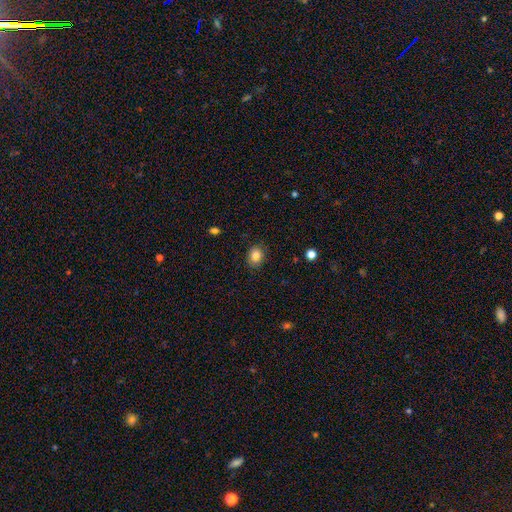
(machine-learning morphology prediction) This is clearly a smooth galaxy (83%). How rounded: possibly round (57%). Merging: clearly none (84%).